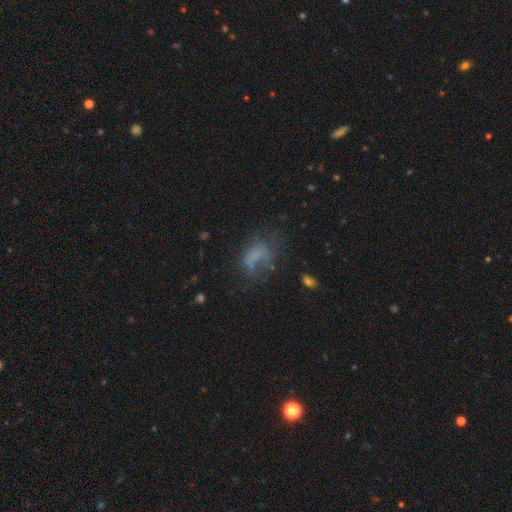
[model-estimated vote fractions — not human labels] Morphology: type=smooth (48%); merging=major disturbance (39%).